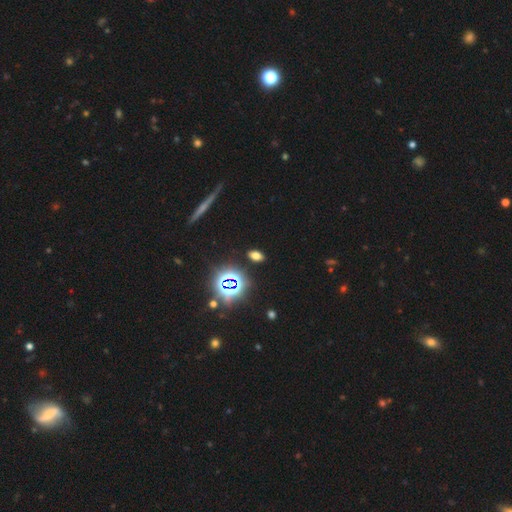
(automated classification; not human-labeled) A smooth galaxy with no disk features (60%) that is in between round and cigar-shaped (84%). Merging: none (88%).